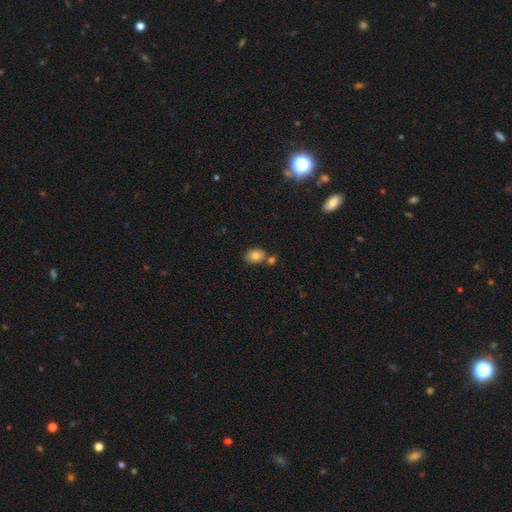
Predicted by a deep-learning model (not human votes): This appears to be a smooth galaxy with no disk features (81%) that is in between round and cigar-shaped (74%). Merging: none (63%).